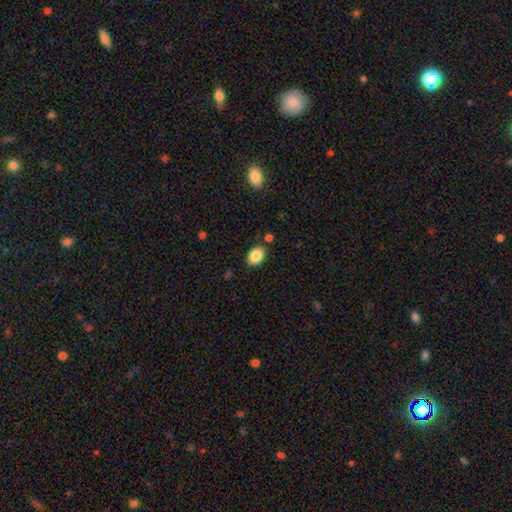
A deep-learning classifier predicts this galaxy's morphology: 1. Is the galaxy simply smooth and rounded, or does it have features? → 87% smooth, 8% star or artifact, 5% featured or disk.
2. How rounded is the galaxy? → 84% in between, 15% round, 1% cigar-shaped.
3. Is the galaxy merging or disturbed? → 80% none, 12% minor disturbance, 4% merger, 3% major disturbance.